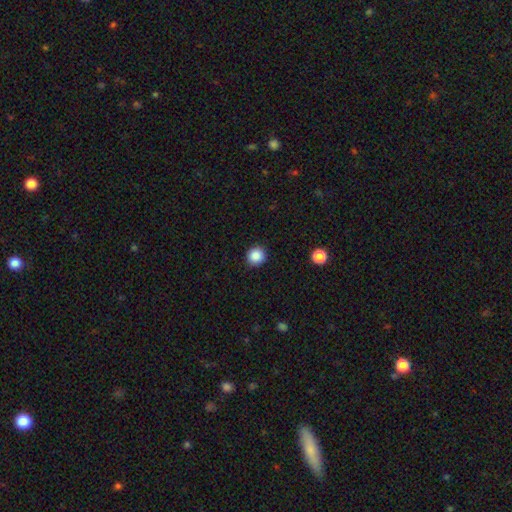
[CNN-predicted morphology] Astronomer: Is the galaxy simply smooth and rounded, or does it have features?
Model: smooth — 87%.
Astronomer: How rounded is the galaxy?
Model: round — 93%.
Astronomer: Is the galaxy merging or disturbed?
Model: none — 92%.